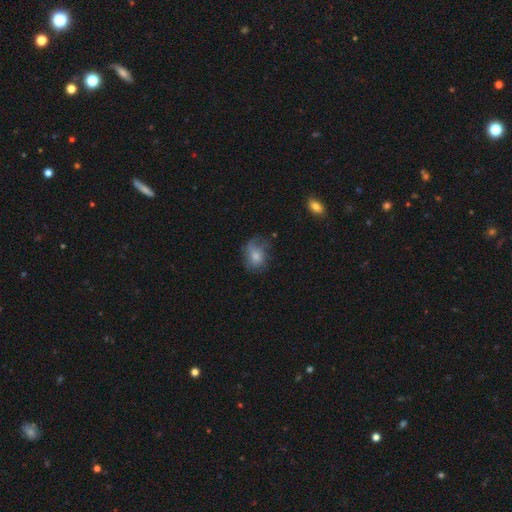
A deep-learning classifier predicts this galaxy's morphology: smooth-or-featured: smooth: 58% | featured or disk: 33% | star or artifact: 9%
  how-rounded: in between: 57% | round: 41% | cigar-shaped: 1%
  merging: none: 47% | minor disturbance: 29% | major disturbance: 22% | merger: 2%